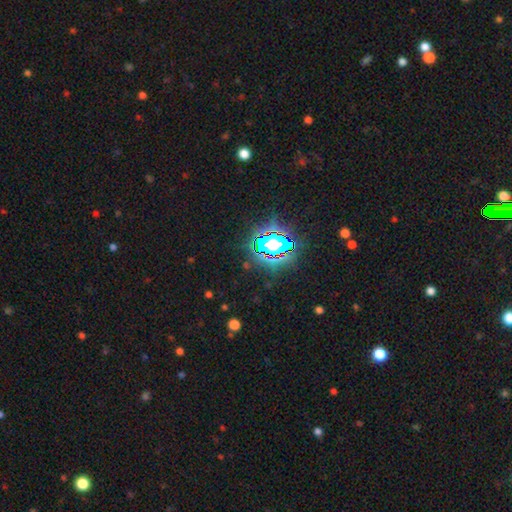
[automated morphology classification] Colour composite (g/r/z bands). It shows a star or artifact, not a galaxy (83%).